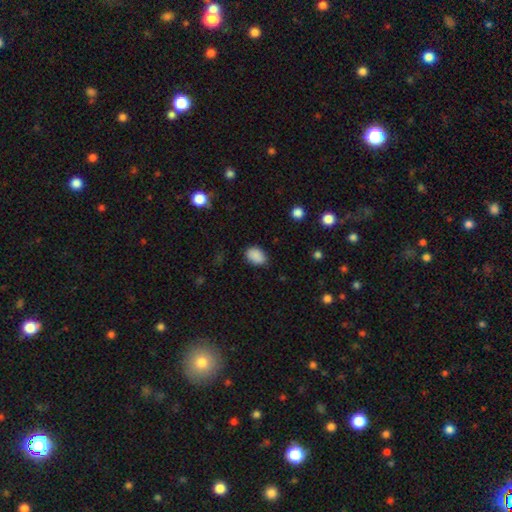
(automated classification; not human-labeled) Morphology: type=smooth (89%); roundness=in between (81%); merging=none (80%).